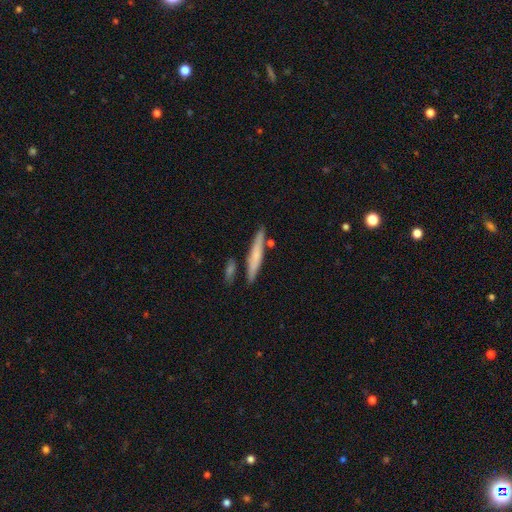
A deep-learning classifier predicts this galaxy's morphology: This is likely a smooth galaxy (61%). How rounded: clearly cigar-shaped (93%). Merging: likely none (80%).